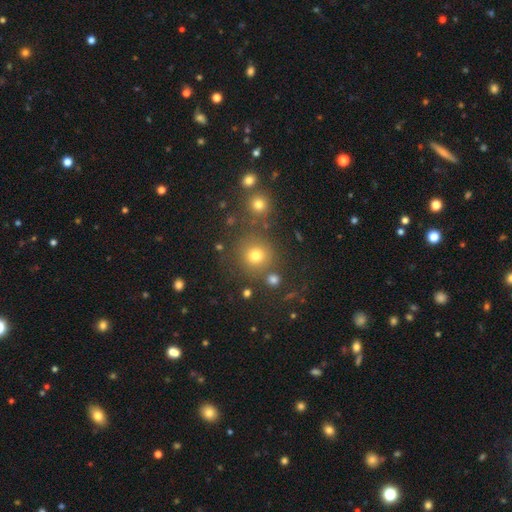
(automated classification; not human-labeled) A smooth galaxy with no disk features (75%) that is round (92%). Merging: none (77%).